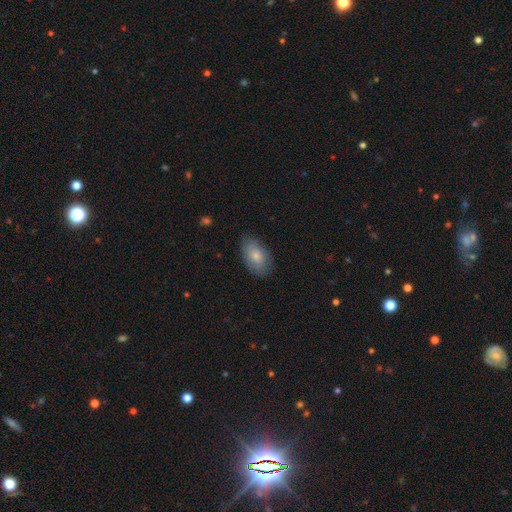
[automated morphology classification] This appears to be a smooth galaxy with no disk features (77%) that is in between round and cigar-shaped (92%). Merging: none (78%).